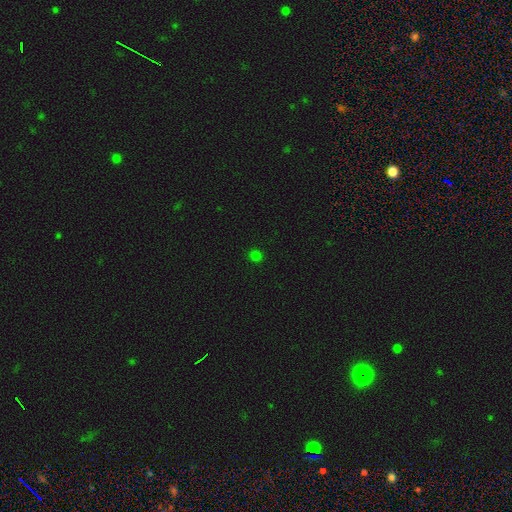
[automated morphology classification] smooth_or_featured: smooth (p=0.76) [alt: star or artifact p=0.20]
how_rounded: round (p=0.92) [alt: in between p=0.07]
merging: none (p=0.92) [alt: minor disturbance p=0.05]